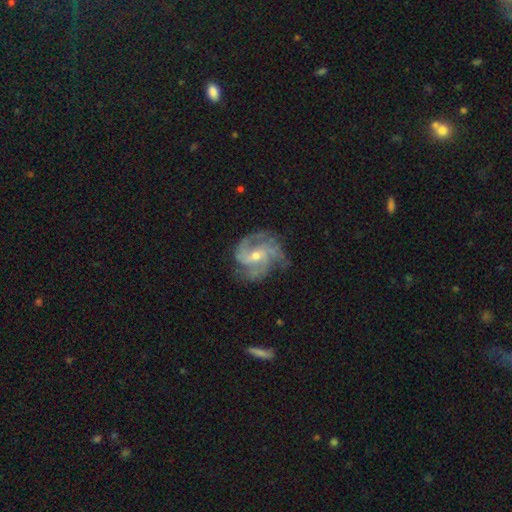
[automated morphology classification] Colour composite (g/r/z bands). It shows a featured or disk galaxy (89%) with a weak bar (45%), 3 (48%) medium (52%) spiral arms (98%) and a small central bulge (52%). Merging: none (67%).